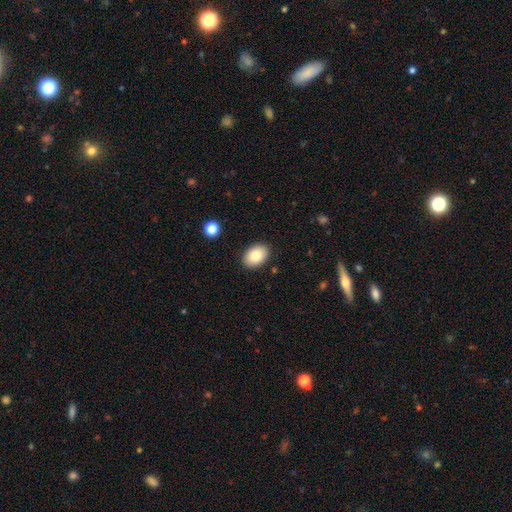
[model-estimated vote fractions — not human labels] A smooth galaxy with no disk features (85%) that is in between round and cigar-shaped (88%).

Vote fractions:
- Smooth or featured? smooth: 85% / featured or disk: 8% / star or artifact: 7%
- How rounded? in between: 88% / round: 11% / cigar-shaped: 1%
- Merging? none: 89% / minor disturbance: 8% / major disturbance: 2% / merger: 1%